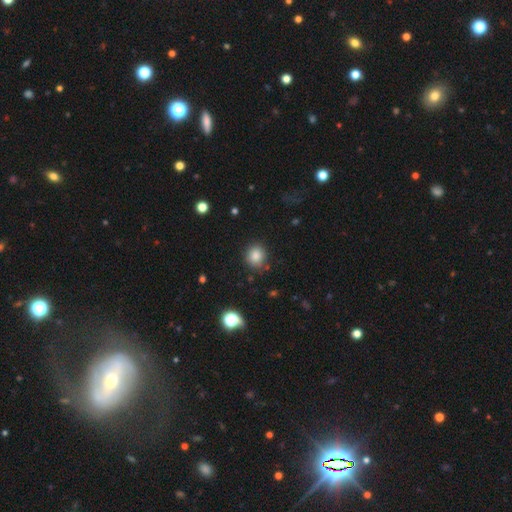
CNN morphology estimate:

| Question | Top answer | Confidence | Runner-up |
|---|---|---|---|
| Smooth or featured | smooth | 84% | star or artifact (11%) |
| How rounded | round | 82% | in between (17%) |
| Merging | none | 84% | minor disturbance (10%) |